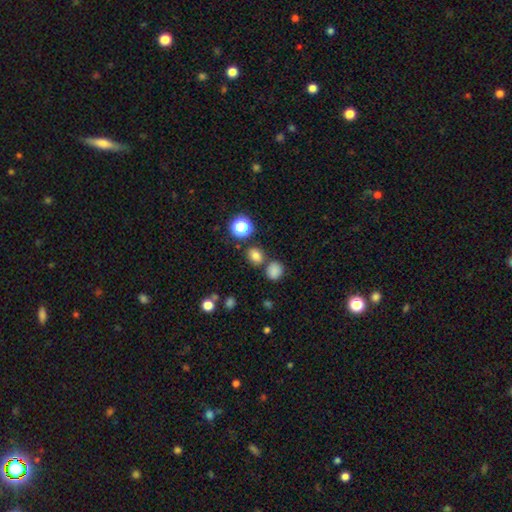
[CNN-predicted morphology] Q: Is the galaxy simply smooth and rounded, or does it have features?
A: smooth — 76%.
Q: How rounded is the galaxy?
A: round — 56%.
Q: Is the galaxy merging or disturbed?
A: none — 73%.